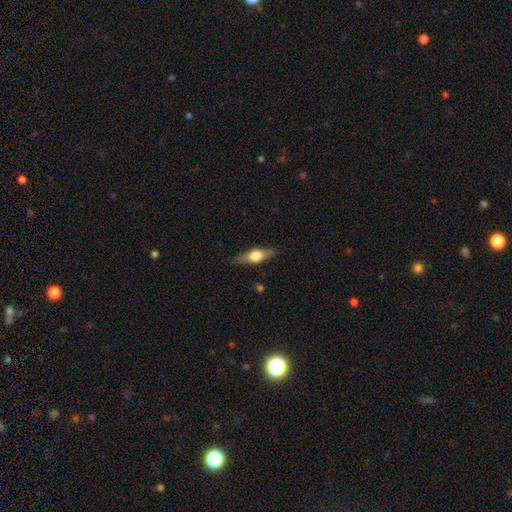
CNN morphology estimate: Q: Smooth or featured?
A: featured or disk (55%); runner-up: smooth (39%)
Q: Edge-on disk?
A: yes (93%); runner-up: no (7%)
Q: Edge-on bulge?
A: rounded (94%); runner-up: boxy (5%)
Q: Merging?
A: none (86%); runner-up: minor disturbance (10%)